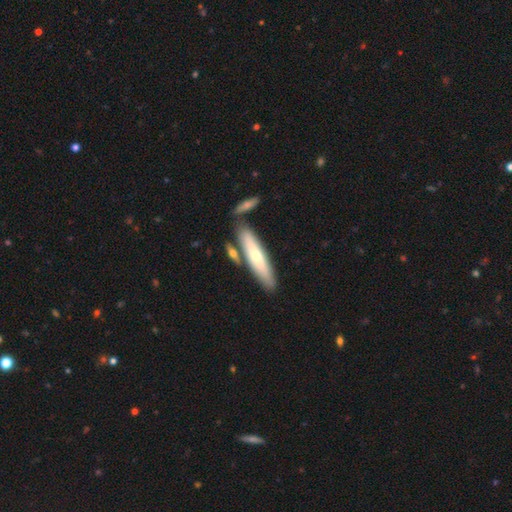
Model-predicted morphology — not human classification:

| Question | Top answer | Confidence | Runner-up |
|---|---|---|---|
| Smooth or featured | smooth | 55% | featured or disk (39%) |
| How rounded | cigar-shaped | 77% | in between (22%) |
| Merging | none | 72% | merger (13%) |